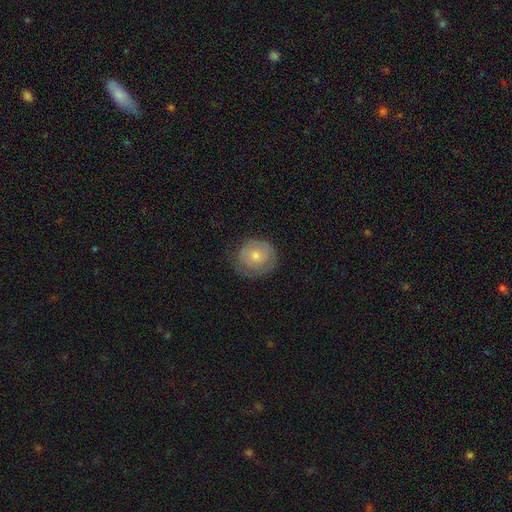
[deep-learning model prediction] Smooth or featured?
  - featured or disk: 46% * (tied)
  - smooth: 46% * (tied)
  - star or artifact: 8%
Merging?
  - none: 75% *
  - minor disturbance: 18%
  - major disturbance: 6%
  - merger: 1%